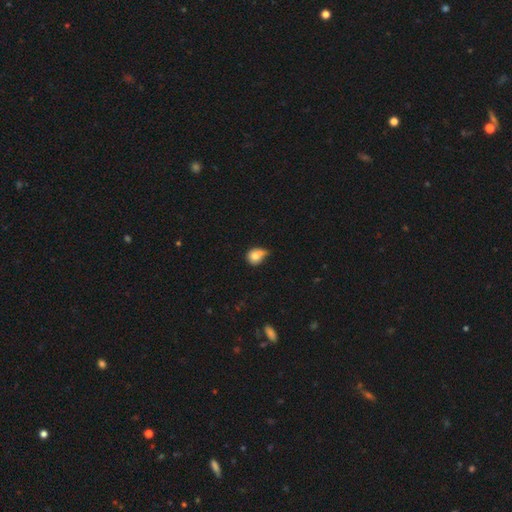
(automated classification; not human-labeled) Overall: smooth (75%). How rounded: round (68%; in between 30%). Merging: none (33%; minor disturbance 32%).